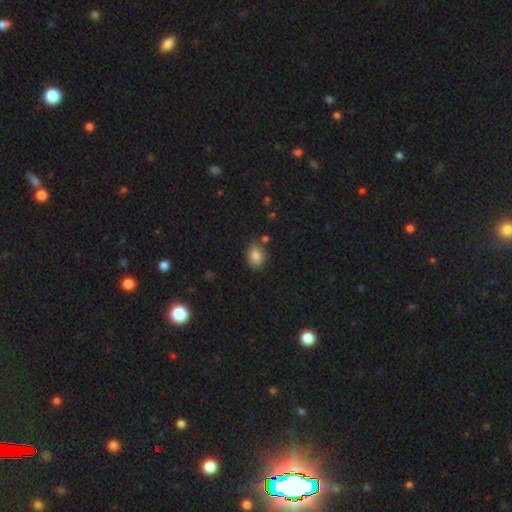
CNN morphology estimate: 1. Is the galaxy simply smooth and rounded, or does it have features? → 82% smooth, 10% star or artifact, 8% featured or disk.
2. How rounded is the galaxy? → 51% in between, 48% round, 1% cigar-shaped.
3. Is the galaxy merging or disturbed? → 80% none, 12% minor disturbance, 6% merger, 3% major disturbance.